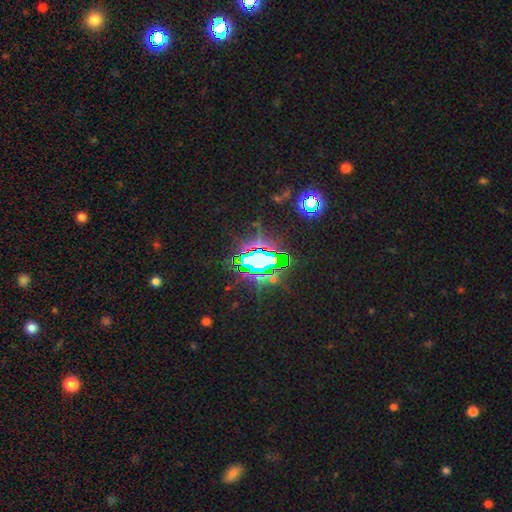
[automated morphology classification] type=star or artifact (75%).